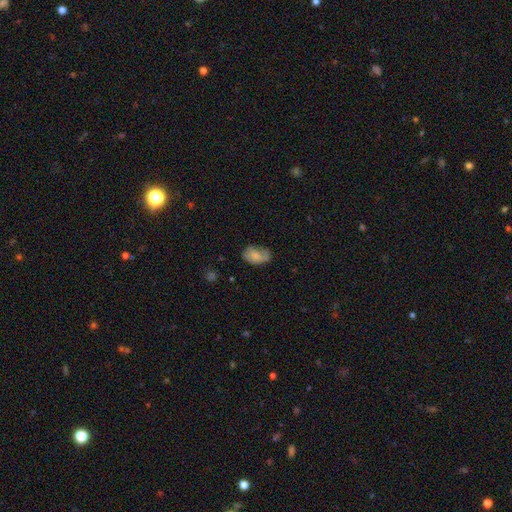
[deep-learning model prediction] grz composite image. It shows a smooth galaxy with no disk features (65%) that is in between round and cigar-shaped (88%). Merging: none (46%).